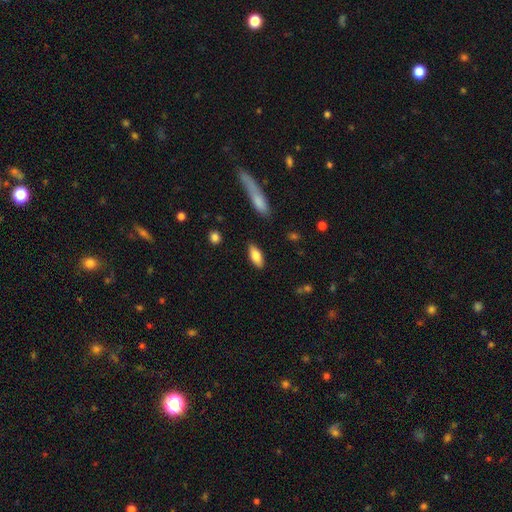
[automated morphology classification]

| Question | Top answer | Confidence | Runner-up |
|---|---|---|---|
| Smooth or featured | smooth | 82% | featured or disk (12%) |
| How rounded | in between | 82% | cigar-shaped (15%) |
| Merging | none | 86% | minor disturbance (10%) |